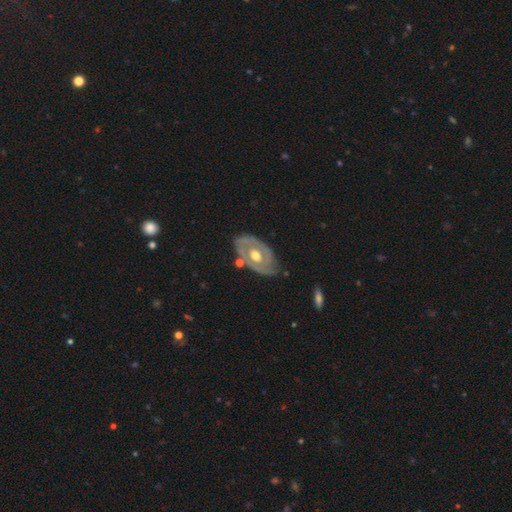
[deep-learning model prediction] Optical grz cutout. It shows a featured or disk galaxy (75%) with no bar (76%), spiral arms (52%) and a moderate central bulge (80%). Merging: none (69%).